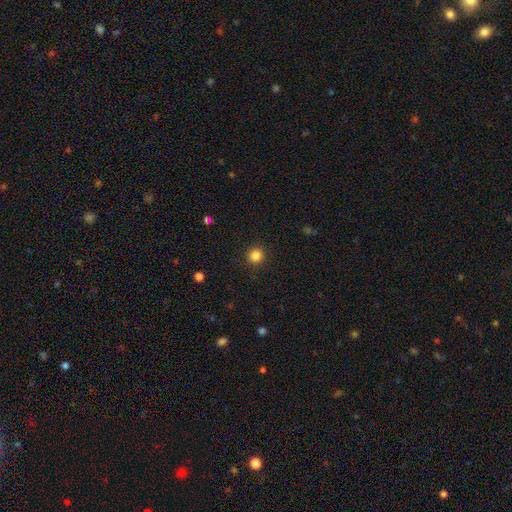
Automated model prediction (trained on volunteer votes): A smooth galaxy with no disk features (84%) that is round (93%).

Vote fractions:
- Smooth or featured? smooth: 84% / star or artifact: 12% / featured or disk: 4%
- How rounded? round: 93% / in between: 6% / cigar-shaped: 1%
- Merging? none: 91% / minor disturbance: 6% / major disturbance: 2% / merger: 1%